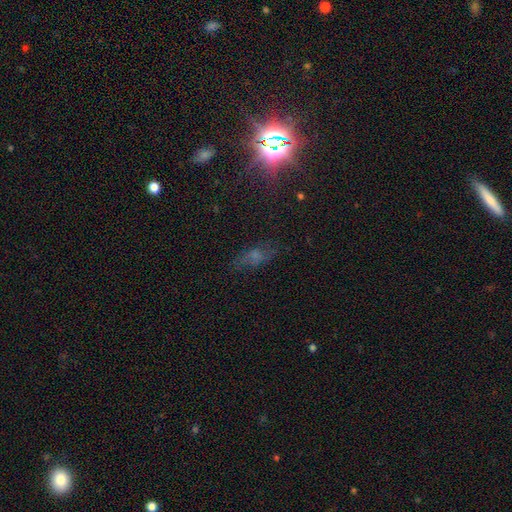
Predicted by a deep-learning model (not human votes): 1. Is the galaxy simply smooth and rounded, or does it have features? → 37% star or artifact, 35% smooth, 28% featured or disk.